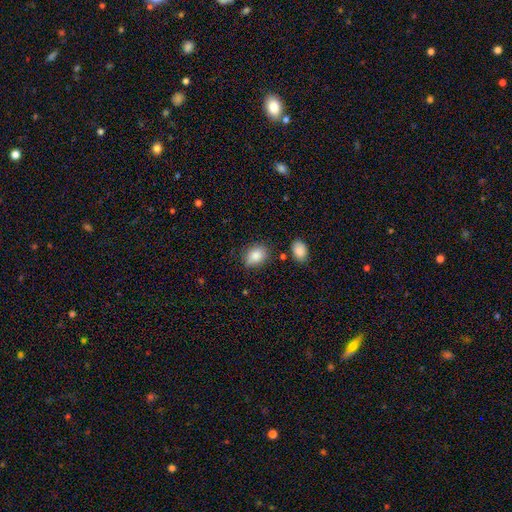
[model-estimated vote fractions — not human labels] This is clearly a smooth galaxy (84%). How rounded: likely in between (69%). Merging: likely none (69%).